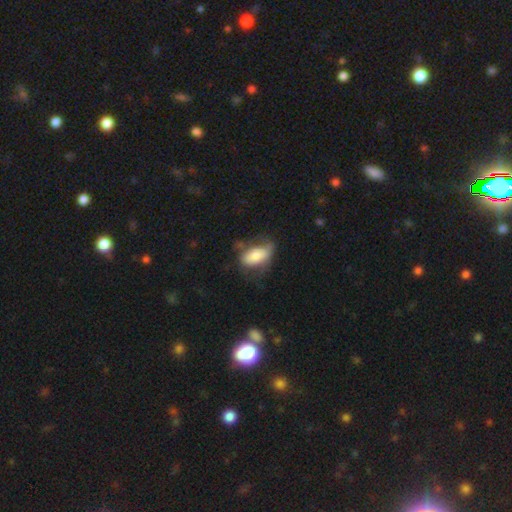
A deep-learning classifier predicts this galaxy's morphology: A smooth galaxy with no disk features (66%) that is in between round and cigar-shaped (89%).

Vote fractions:
- Smooth or featured? smooth: 66% / featured or disk: 27% / star or artifact: 7%
- How rounded? in between: 89% / cigar-shaped: 6% / round: 5%
- Merging? none: 42% / minor disturbance: 31% / major disturbance: 23% / merger: 4%